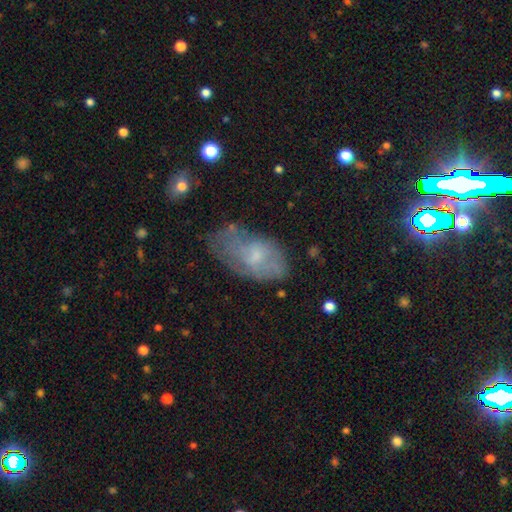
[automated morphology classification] Smooth or featured: smooth — 49% (featured or disk — 42%)
Merging: none — 50% (minor disturbance — 31%)